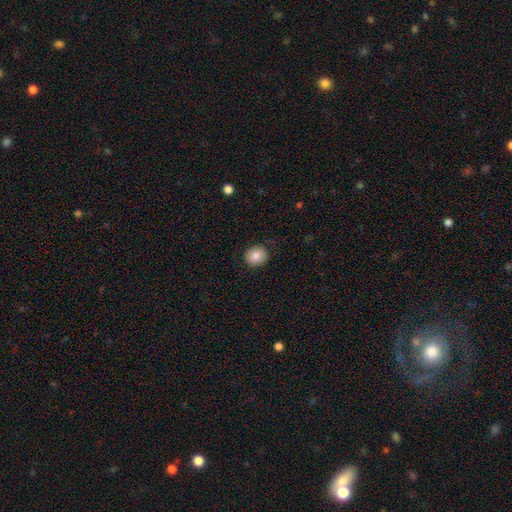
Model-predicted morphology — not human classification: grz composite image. It shows a smooth galaxy with no disk features (83%) that is round (76%). Merging: none (85%).